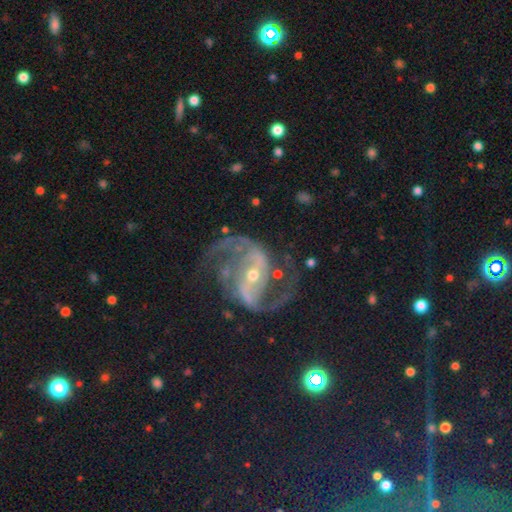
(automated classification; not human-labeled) Smooth or featured: featured or disk — 82% (star or artifact — 13%)
Edge-on disk: no — 97% (yes — 3%)
Bar: weak — 38% (no — 31%)
Spiral arms: yes — 97% (no — 3%)
Spiral winding: medium — 50% (loose — 34%)
Spiral arm count: 2 — 79% (3 — 6%)
Bulge size: small — 69% (moderate — 27%)
Merging: none — 65% (minor disturbance — 16%)